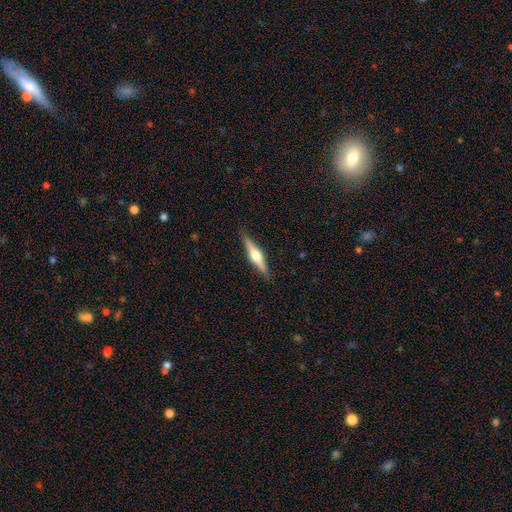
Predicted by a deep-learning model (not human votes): Morphology: type=featured or disk (69%); edge-on=yes (98%); edge-on bulge=rounded (93%); merging=none (89%).